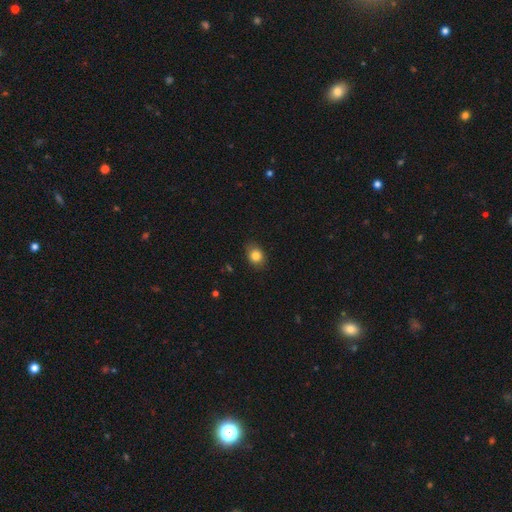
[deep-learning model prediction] smooth_or_featured: smooth (p=0.83) [alt: star or artifact p=0.10]
how_rounded: in between (p=0.54) [alt: round p=0.45]
merging: none (p=0.81) [alt: minor disturbance p=0.15]